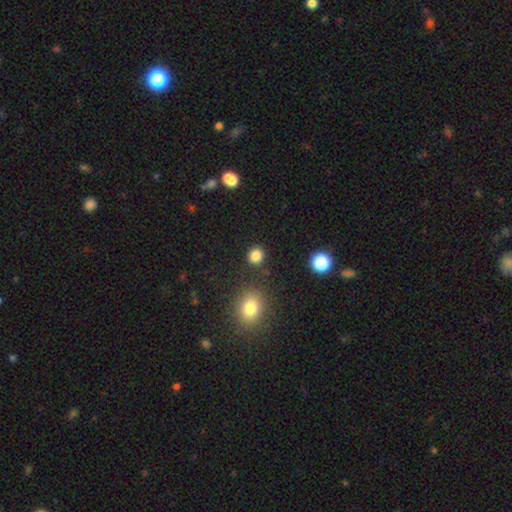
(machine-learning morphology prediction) smooth_or_featured: smooth (p=0.84) [alt: star or artifact p=0.12]
how_rounded: round (p=0.83) [alt: in between p=0.16]
merging: none (p=0.87) [alt: minor disturbance p=0.08]